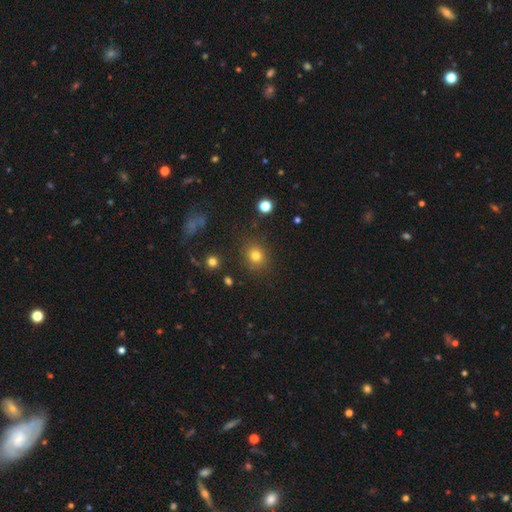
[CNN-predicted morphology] smooth 79%, star or artifact 14%, featured or disk 7%. Down the decision tree: how rounded — round (81%); merging — none (85%).